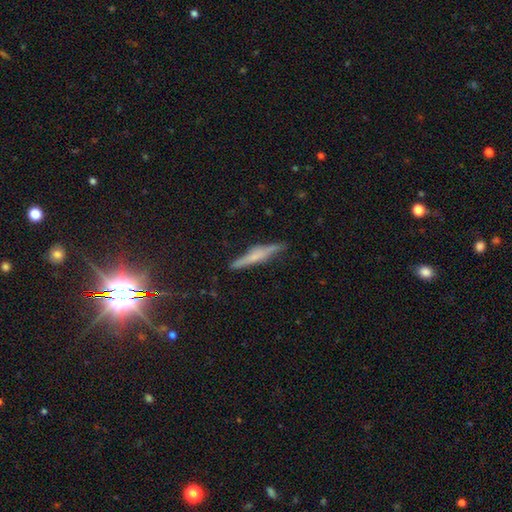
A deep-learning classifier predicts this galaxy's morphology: The model was most divided on "smooth or featured": featured or disk: 54%, smooth: 37%, star or artifact: 9%. More confident: edge-on disk — yes (95%); merging — none (82%); edge-on bulge — rounded (52%).